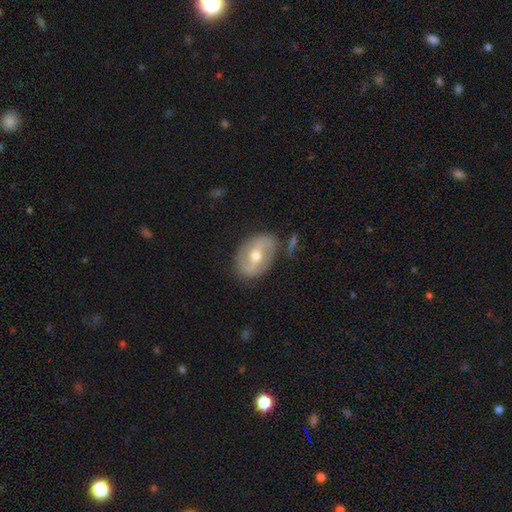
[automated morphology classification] This appears to be a featured or disk galaxy (62%) with a weak bar (41%), spiral arms (60%) and a moderate central bulge (75%). Merging: none (78%).